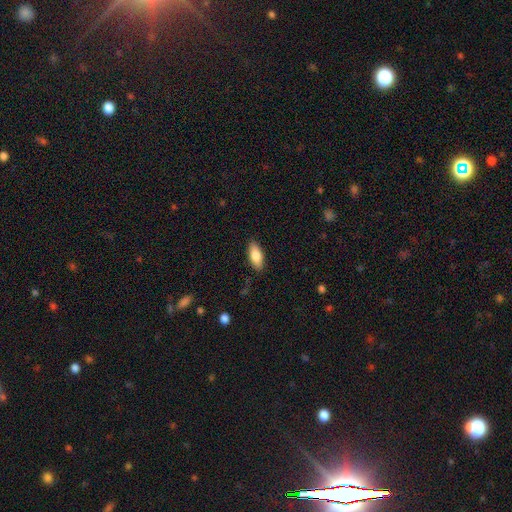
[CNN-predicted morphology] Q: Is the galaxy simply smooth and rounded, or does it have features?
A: smooth — 82%.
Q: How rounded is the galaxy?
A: in between — 84%.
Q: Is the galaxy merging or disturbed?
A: none — 87%.